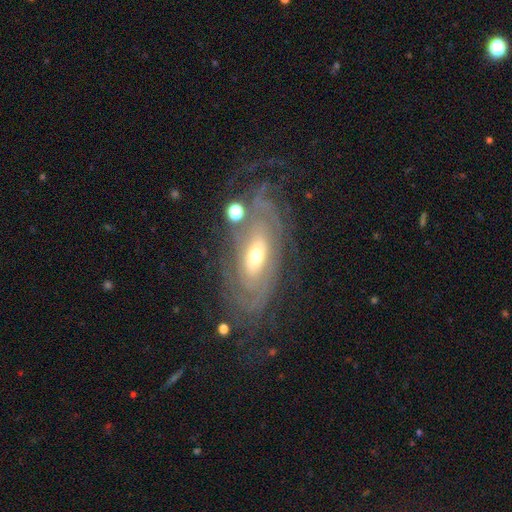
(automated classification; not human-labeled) smooth_or_featured: featured or disk (p=0.82) [alt: smooth p=0.11]
disk_edge_on: no (p=0.91) [alt: yes p=0.09]
bar: no (p=0.64) [alt: weak p=0.25]
has_spiral_arms: yes (p=0.88) [alt: no p=0.12]
spiral_winding: tight (p=0.71) [alt: medium p=0.21]
spiral_arm_count: can't tell (p=0.51) [alt: 2 p=0.16]
bulge_size: moderate (p=0.55) [alt: small p=0.37]
merging: none (p=0.67) [alt: minor disturbance p=0.18]